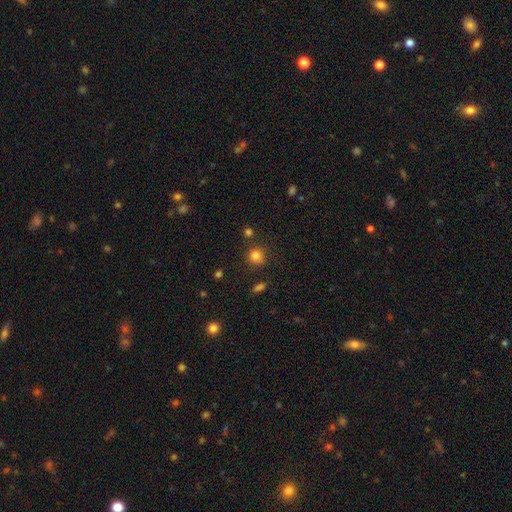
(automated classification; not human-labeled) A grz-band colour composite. It shows a smooth galaxy with no disk features (80%) that is round (87%). Merging: none (75%).